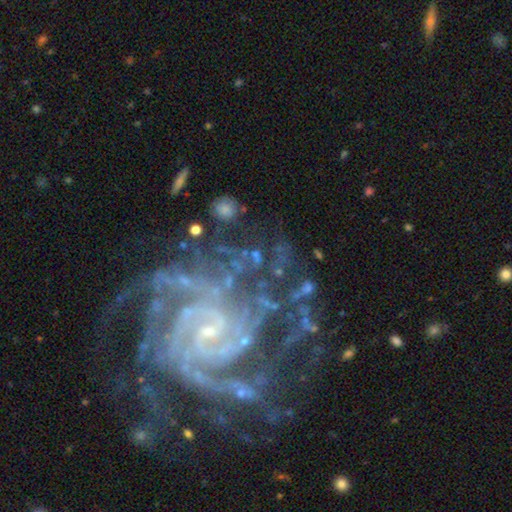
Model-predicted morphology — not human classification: This appears to be a featured or disk galaxy (61%) with no bar (48%), tight (56%) spiral arms (87%) and a small central bulge (57%). Merging: none (61%).